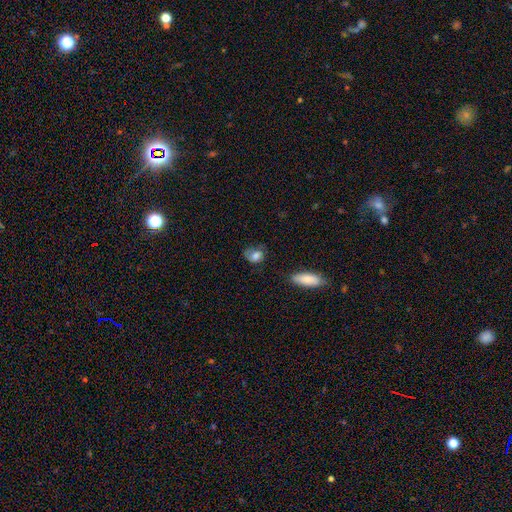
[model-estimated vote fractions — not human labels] This is likely a smooth galaxy (77%). How rounded: likely in between (61%). Merging: possibly none (48%).